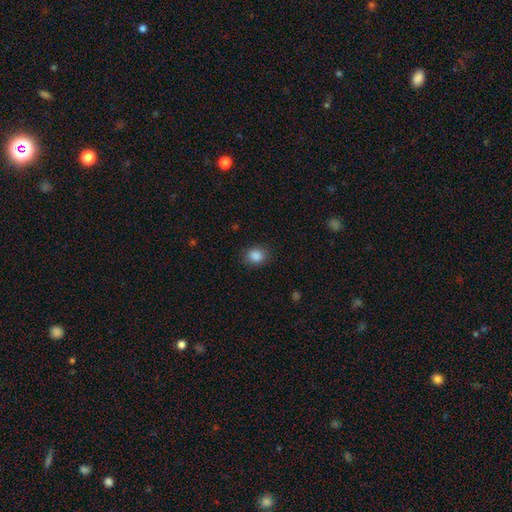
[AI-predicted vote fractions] The model was most divided on "how rounded": round: 62%, in between: 37%, cigar-shaped: 1%. More confident: smooth or featured — smooth (87%); merging — none (84%).